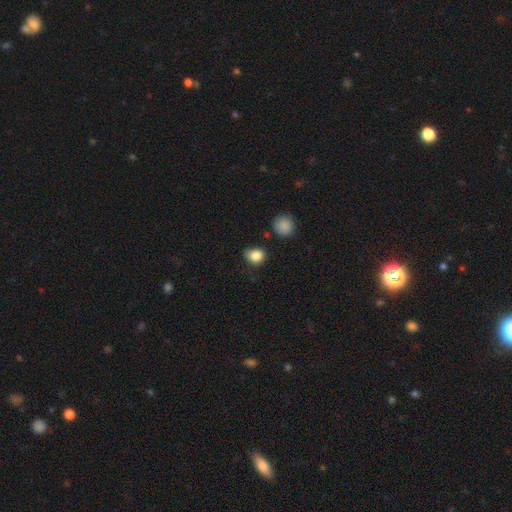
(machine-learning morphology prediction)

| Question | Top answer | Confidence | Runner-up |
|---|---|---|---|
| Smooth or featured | smooth | 85% | star or artifact (10%) |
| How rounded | round | 63% | in between (36%) |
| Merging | none | 67% | minor disturbance (24%) |